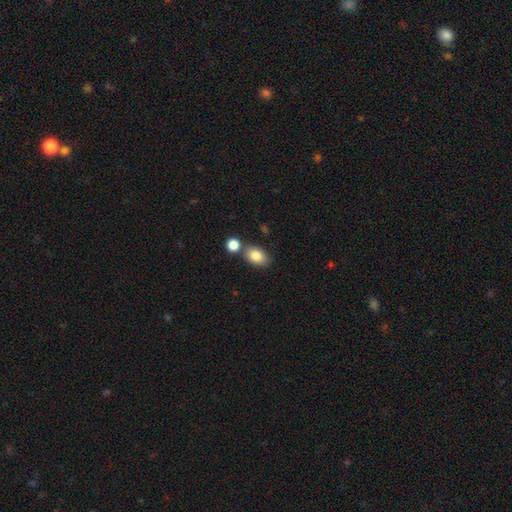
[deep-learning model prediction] A smooth galaxy with no disk features (84%) that is in between round and cigar-shaped (84%). Merging: none (69%).